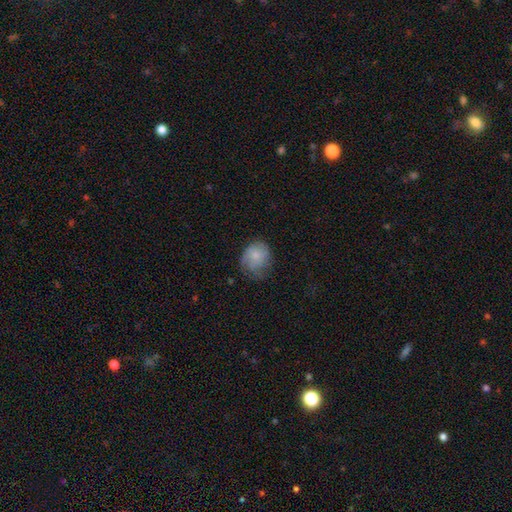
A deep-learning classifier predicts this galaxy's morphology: The model was most divided on "merging": none: 43%, minor disturbance: 36%, major disturbance: 20%, merger: 1%. More confident: smooth or featured — smooth (67%); how rounded — round (61%).